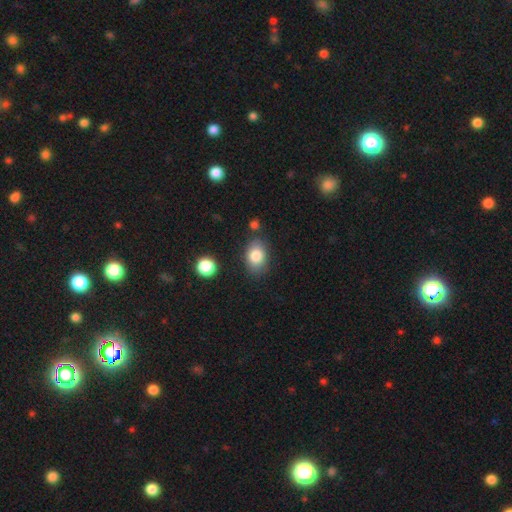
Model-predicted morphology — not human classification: smooth-or-featured: smooth: 83% | featured or disk: 9% | star or artifact: 8%
  how-rounded: in between: 78% | round: 21% | cigar-shaped: 1%
  merging: none: 77% | minor disturbance: 14% | merger: 5% | major disturbance: 4%